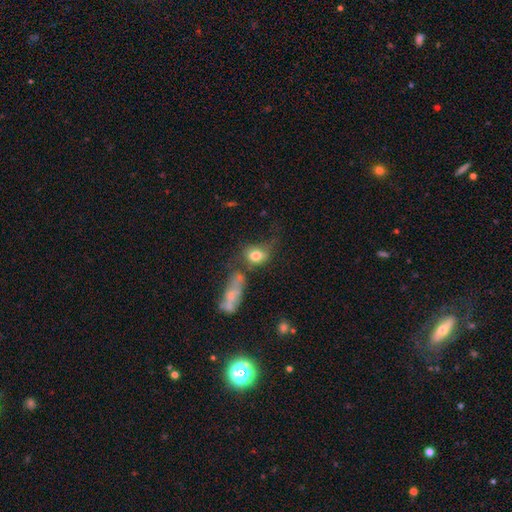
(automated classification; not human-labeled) Smooth or featured? Predicted: smooth (p=0.73). How rounded? Predicted: in between (p=0.68). Merging? Predicted: none (p=0.37).